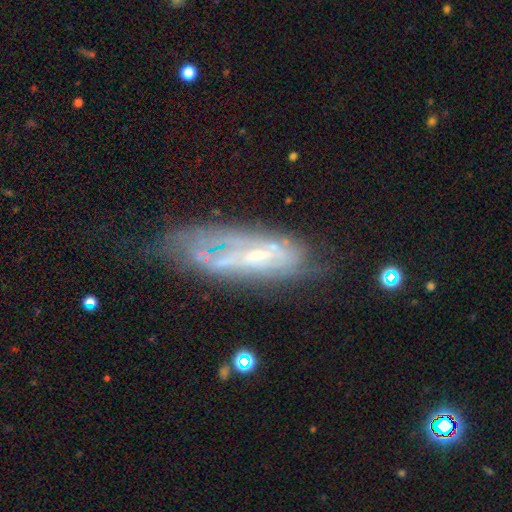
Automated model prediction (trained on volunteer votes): smooth_or_featured: featured or disk (p=0.69) [alt: smooth p=0.21]
disk_edge_on: no (p=0.75) [alt: yes p=0.25]
bar: no (p=0.49) [alt: weak p=0.33]
has_spiral_arms: yes (p=0.59) [alt: no p=0.41]
bulge_size: small (p=0.62) [alt: moderate p=0.24]
merging: none (p=0.50) [alt: minor disturbance p=0.26]